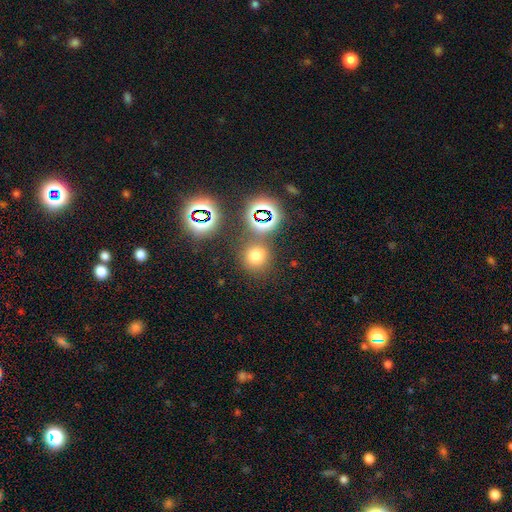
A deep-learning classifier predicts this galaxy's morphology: type=smooth (63%); roundness=round (86%); merging=none (75%).